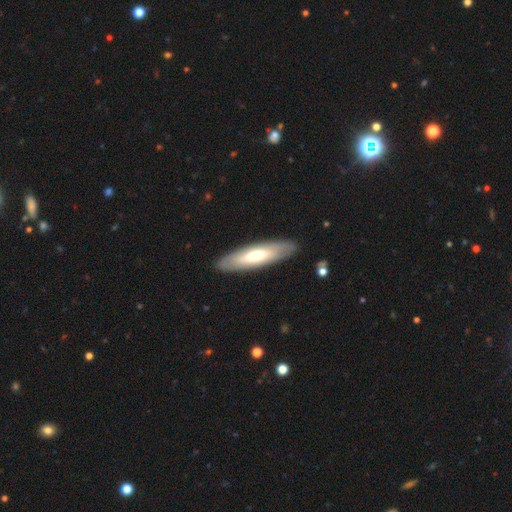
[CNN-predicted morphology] Smooth or featured? Predicted: smooth (p=0.60). How rounded? Predicted: cigar-shaped (p=0.60). Merging? Predicted: none (p=0.87).